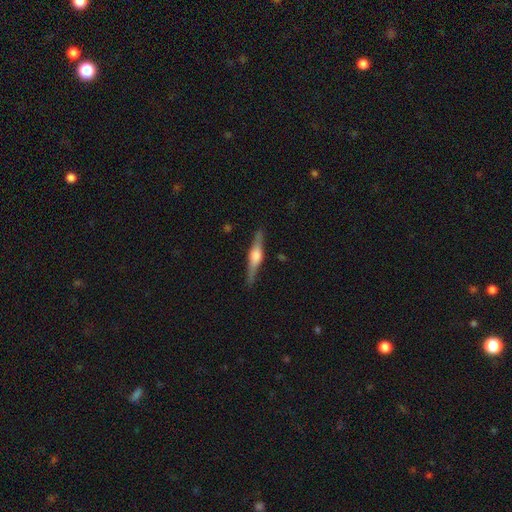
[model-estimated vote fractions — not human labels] Smooth or featured?
  - featured or disk: 73% *
  - smooth: 21%
  - star or artifact: 5%
Edge-on disk?
  - yes: 98% *
  - no: 2%
Edge-on bulge?
  - rounded: 84% *
  - boxy: 13%
  - none: 3%
Merging?
  - none: 88% *
  - minor disturbance: 9%
  - major disturbance: 2%
  - merger: 1%